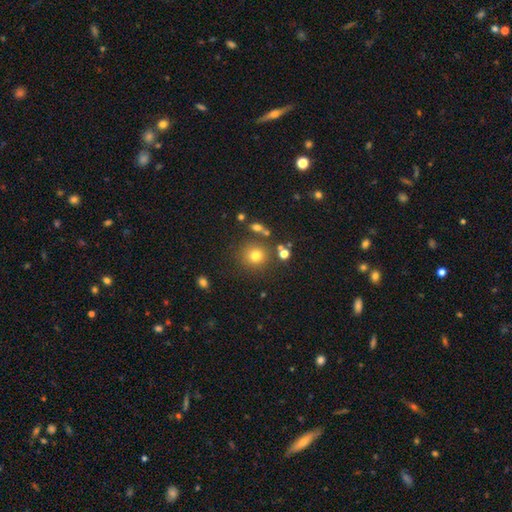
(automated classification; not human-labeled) Smooth or featured: smooth — 76% (star or artifact — 16%)
How rounded: round — 90% (in between — 9%)
Merging: none — 78% (minor disturbance — 10%)